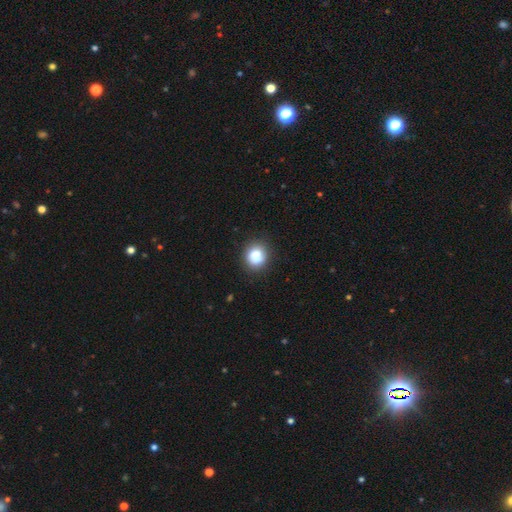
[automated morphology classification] smooth_or_featured: smooth (p=0.83) [alt: star or artifact p=0.10]
how_rounded: round (p=0.83) [alt: in between p=0.16]
merging: none (p=0.84) [alt: minor disturbance p=0.11]